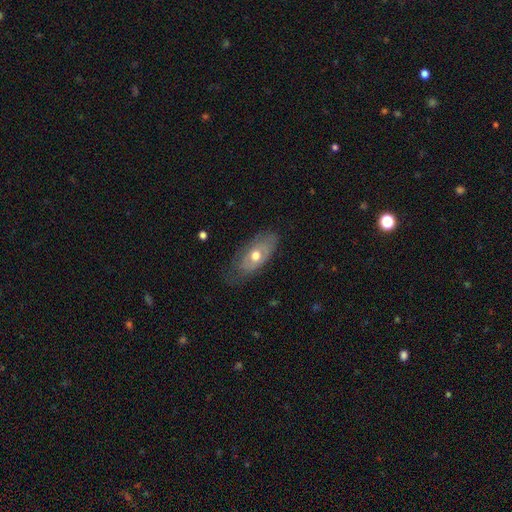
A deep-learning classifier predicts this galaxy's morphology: This is possibly a smooth galaxy (48%). Merging: likely none (63%).